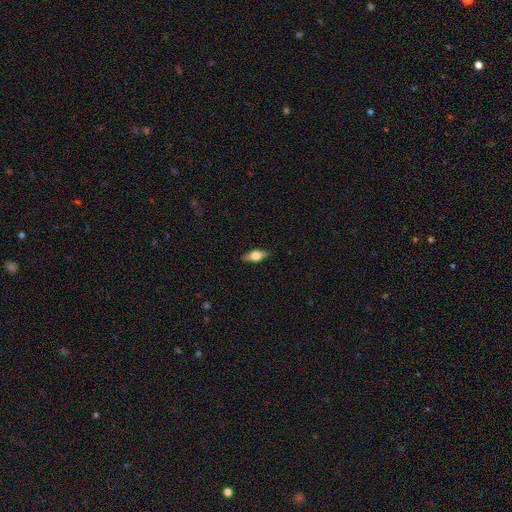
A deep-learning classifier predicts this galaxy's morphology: Smooth or featured?
  - smooth: 57% *
  - featured or disk: 36%
  - star or artifact: 7%
How rounded?
  - in between: 71% *
  - cigar-shaped: 25%
  - round: 4%
Merging?
  - none: 88% *
  - minor disturbance: 9%
  - major disturbance: 2%
  - merger: 1%